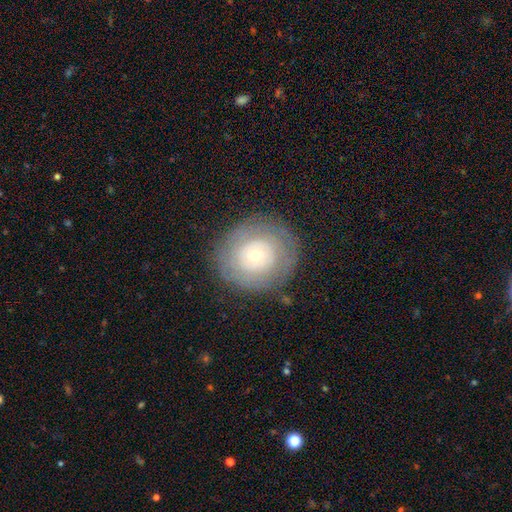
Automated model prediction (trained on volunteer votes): smooth_or_featured: featured or disk (p=0.52) [alt: smooth p=0.40]
disk_edge_on: no (p=0.96) [alt: yes p=0.04]
merging: none (p=0.82) [alt: minor disturbance p=0.11]